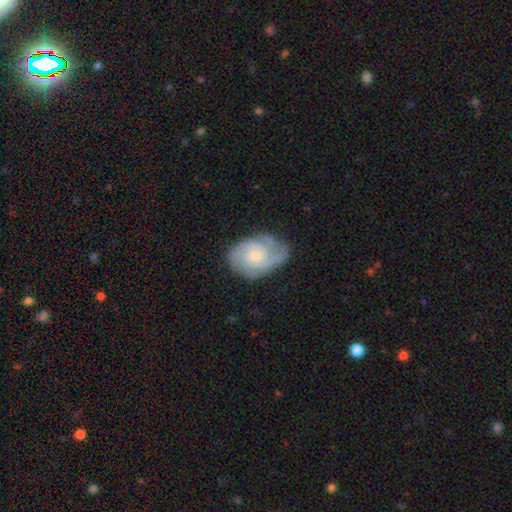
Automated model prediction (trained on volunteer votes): Morphology: type=featured or disk (77%); edge-on=no (97%); bar=no (66%); spiral arms=yes (94%); winding=tight (53%); arm count=2 (32%); bulge=small (50%); merging=none (63%).